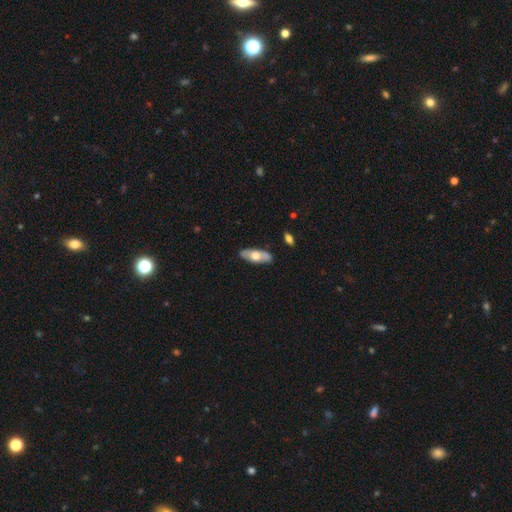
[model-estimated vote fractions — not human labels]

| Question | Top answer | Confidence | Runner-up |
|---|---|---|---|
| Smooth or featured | smooth | 55% | featured or disk (39%) |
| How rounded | in between | 73% | cigar-shaped (24%) |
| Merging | none | 86% | minor disturbance (10%) |